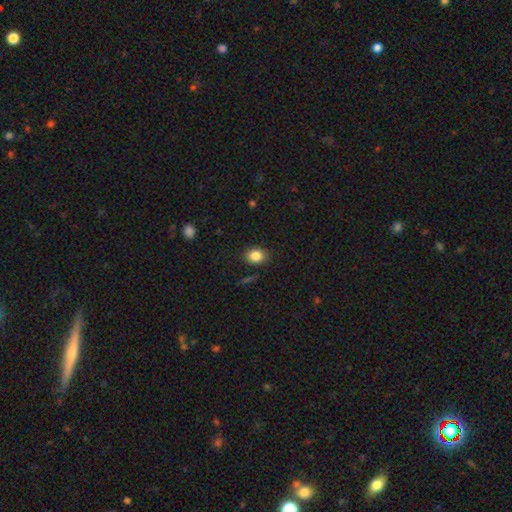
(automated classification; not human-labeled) Smooth or featured? Predicted: smooth (p=0.84). How rounded? Predicted: in between (p=0.54). Merging? Predicted: none (p=0.86).